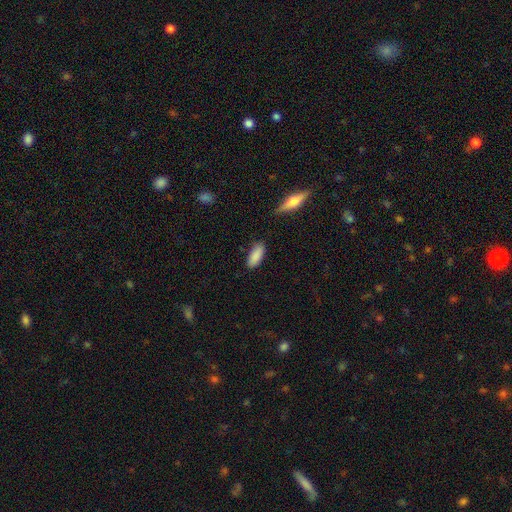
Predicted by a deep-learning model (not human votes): smooth_or_featured: smooth (p=0.88) [alt: star or artifact p=0.07]
how_rounded: in between (p=0.81) [alt: cigar-shaped p=0.18]
merging: none (p=0.82) [alt: minor disturbance p=0.14]